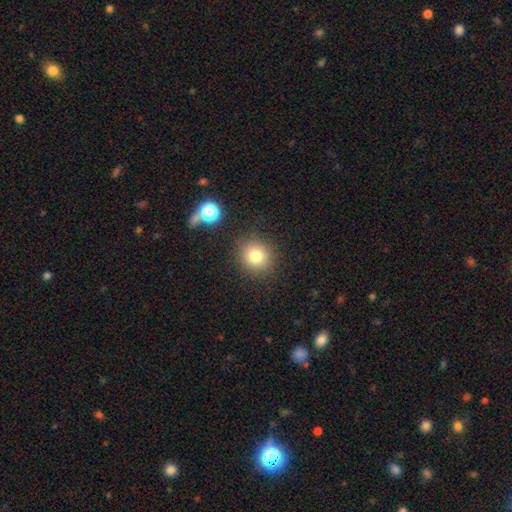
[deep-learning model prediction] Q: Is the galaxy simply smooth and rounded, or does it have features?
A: smooth — 77%.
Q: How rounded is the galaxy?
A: round — 89%.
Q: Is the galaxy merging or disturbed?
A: none — 87%.